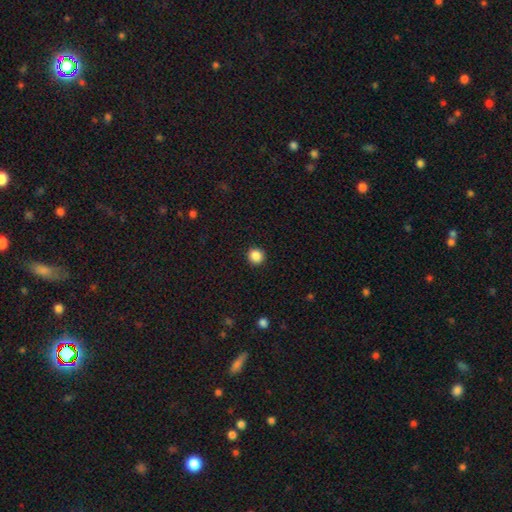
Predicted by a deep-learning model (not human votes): Smooth or featured?
  - smooth: 87% *
  - star or artifact: 10%
  - featured or disk: 3%
How rounded?
  - round: 93% *
  - in between: 6%
  - cigar-shaped: 1%
Merging?
  - none: 92% *
  - minor disturbance: 5%
  - major disturbance: 2%
  - merger: 1%